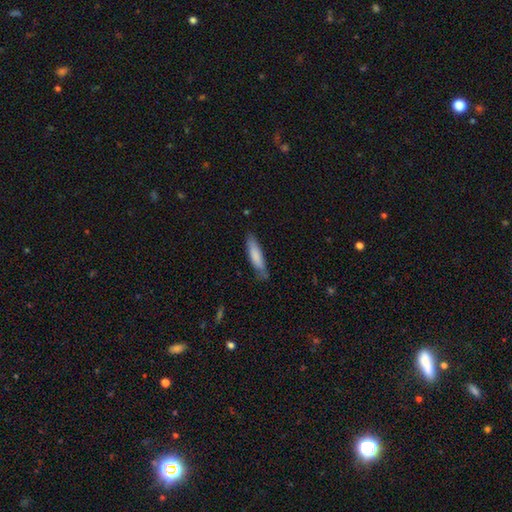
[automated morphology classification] Smooth or featured? Predicted: smooth (p=0.79). How rounded? Predicted: cigar-shaped (p=0.74). Merging? Predicted: none (p=0.73).